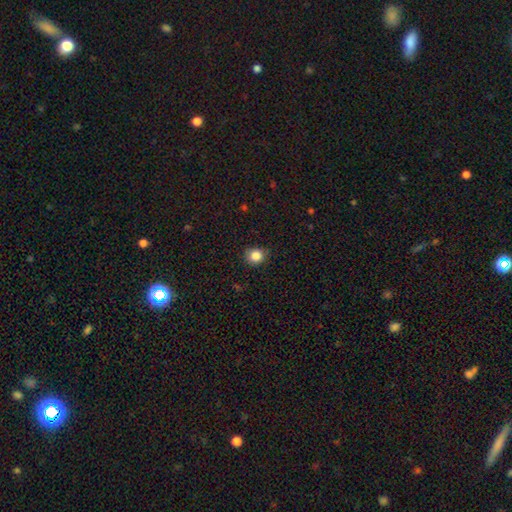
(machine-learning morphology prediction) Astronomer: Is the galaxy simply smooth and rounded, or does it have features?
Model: smooth — 85%.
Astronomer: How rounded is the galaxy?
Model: round — 83%.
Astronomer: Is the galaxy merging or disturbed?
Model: none — 85%.